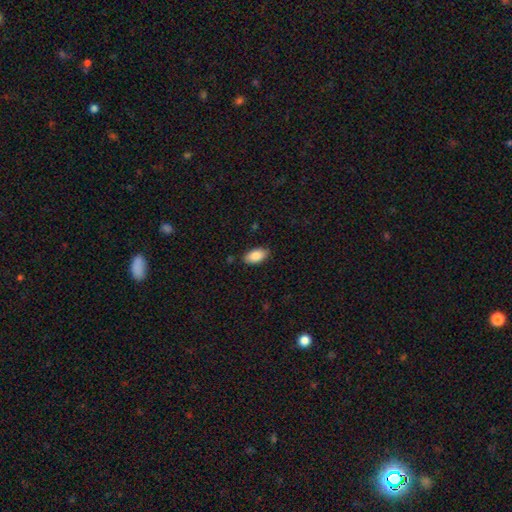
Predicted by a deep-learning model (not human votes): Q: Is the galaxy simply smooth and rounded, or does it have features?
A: smooth — 87%.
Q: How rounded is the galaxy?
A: in between — 94%.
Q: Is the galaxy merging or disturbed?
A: none — 86%.